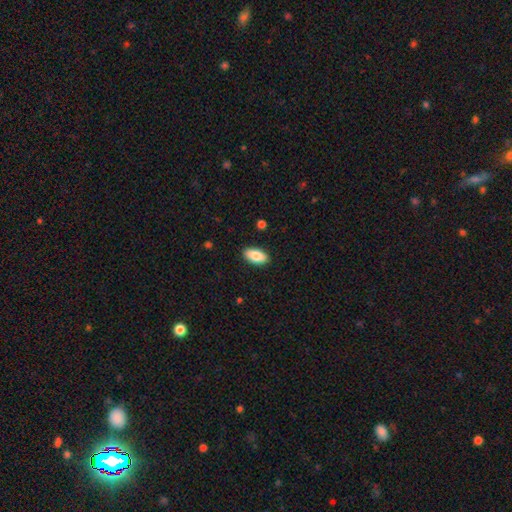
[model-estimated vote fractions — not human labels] Morphology: type=smooth (83%); roundness=in between (92%); merging=none (89%).